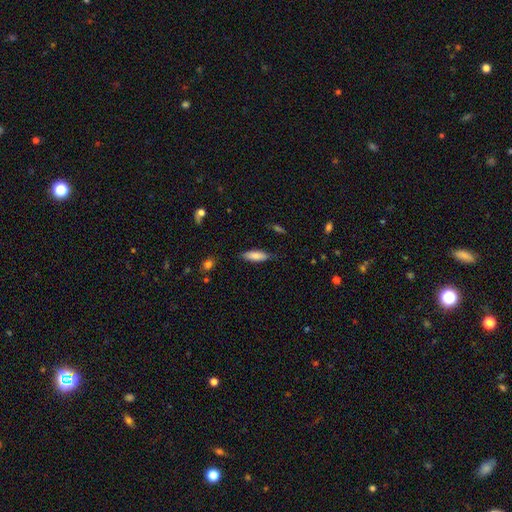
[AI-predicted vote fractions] Q: Smooth or featured?
A: smooth (81%); runner-up: featured or disk (12%)
Q: How rounded?
A: in between (54%); runner-up: cigar-shaped (45%)
Q: Merging?
A: none (80%); runner-up: minor disturbance (16%)